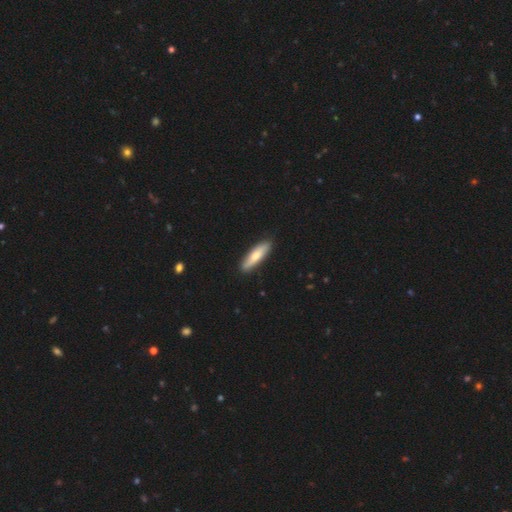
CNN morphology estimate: Smooth or featured: smooth — 67% (featured or disk — 28%)
How rounded: cigar-shaped — 69% (in between — 29%)
Merging: none — 88% (minor disturbance — 9%)